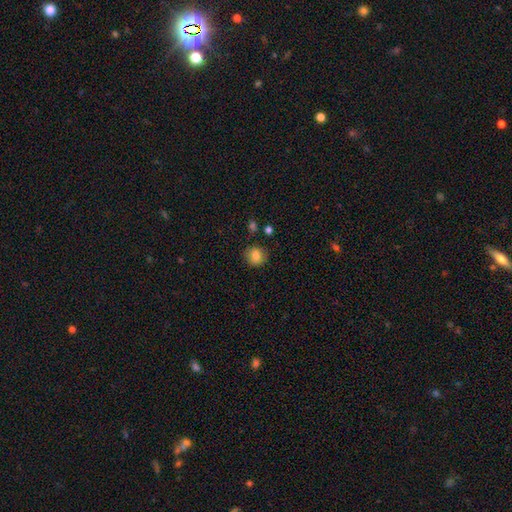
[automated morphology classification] This appears to be a smooth galaxy with no disk features (83%) that is round (84%). Merging: none (86%).